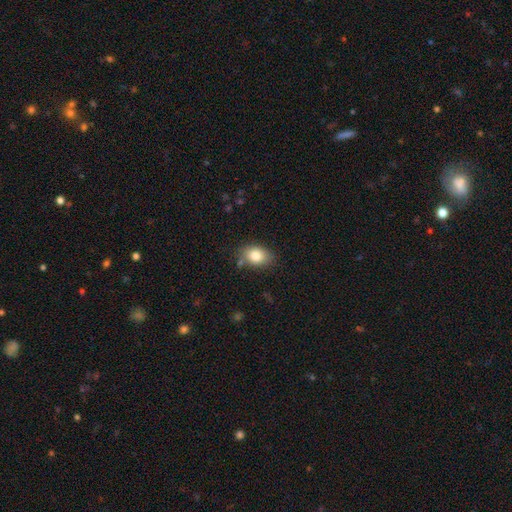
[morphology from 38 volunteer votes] A smooth galaxy with no disk features (95%) that is in between round and cigar-shaped (75%). Merging: none (81%).